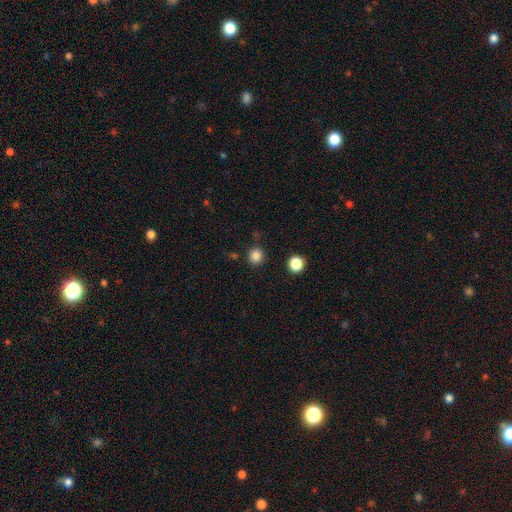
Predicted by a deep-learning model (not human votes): A smooth galaxy with no disk features (84%) that is round (92%). Merging: none (87%).